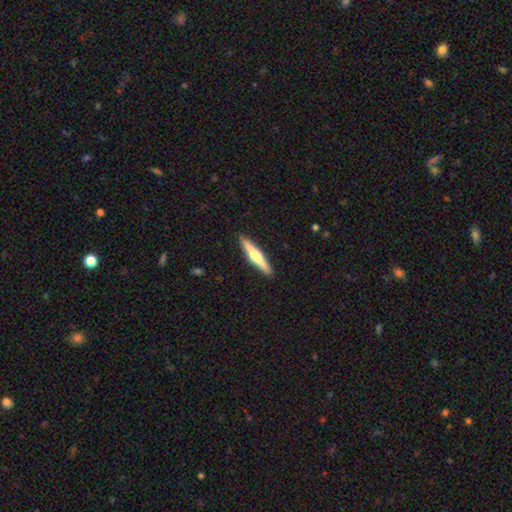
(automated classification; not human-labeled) smooth-or-featured: featured or disk: 57% | smooth: 38% | star or artifact: 5%
  disk-edge-on: yes: 97% | no: 3%
    edge-on-bulge: rounded: 89% | none: 6% | boxy: 5%
  merging: none: 91% | minor disturbance: 6% | major disturbance: 1% | merger: 1%